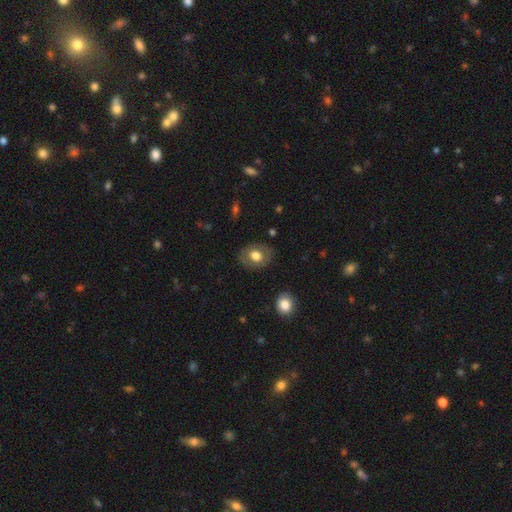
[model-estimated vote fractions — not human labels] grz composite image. It shows a smooth galaxy with no disk features (65%) that is in between round and cigar-shaped (55%). Merging: none (83%).